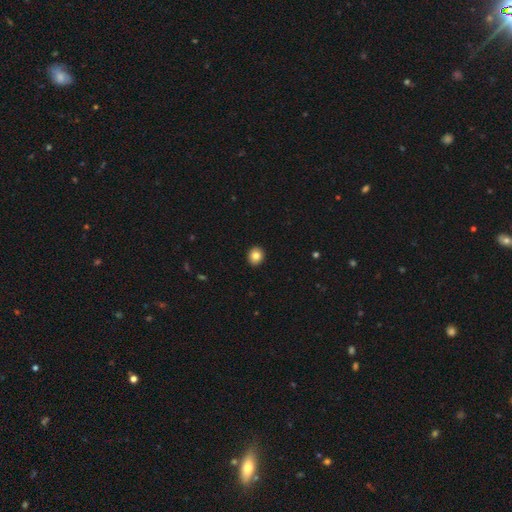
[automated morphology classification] This appears to be a smooth galaxy with no disk features (84%) that is round (68%). Merging: none (92%).